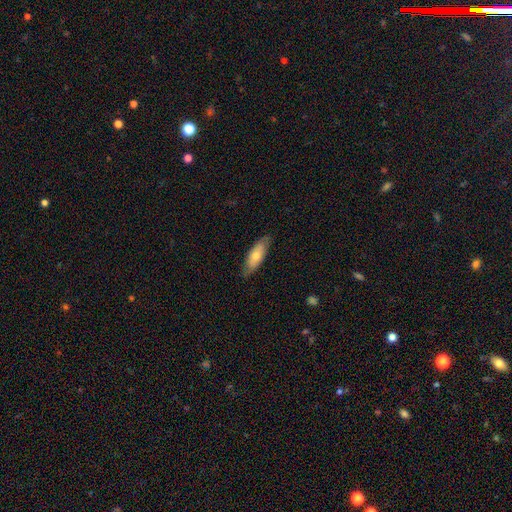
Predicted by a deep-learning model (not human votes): Q: Smooth or featured?
A: smooth (64%); runner-up: featured or disk (30%)
Q: How rounded?
A: in between (61%); runner-up: cigar-shaped (37%)
Q: Merging?
A: none (82%); runner-up: minor disturbance (15%)